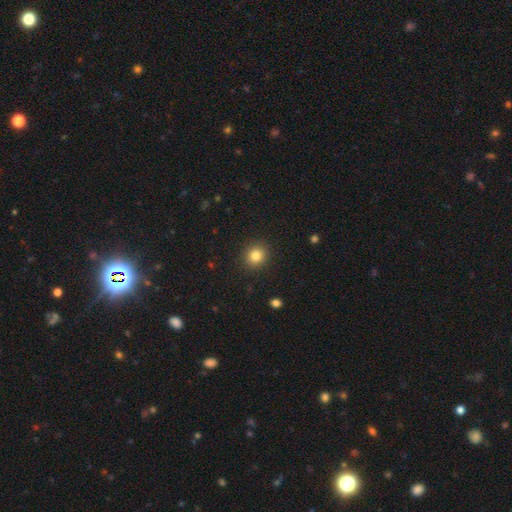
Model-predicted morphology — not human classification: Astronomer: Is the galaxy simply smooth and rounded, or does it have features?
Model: smooth — 83%.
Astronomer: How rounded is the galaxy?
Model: round — 84%.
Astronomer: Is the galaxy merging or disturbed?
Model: none — 90%.